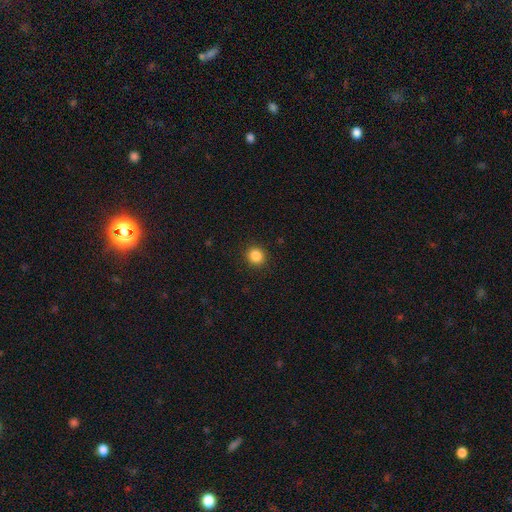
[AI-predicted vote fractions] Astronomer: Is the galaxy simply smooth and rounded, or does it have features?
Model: smooth — 86%.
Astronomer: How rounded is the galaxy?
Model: round — 87%.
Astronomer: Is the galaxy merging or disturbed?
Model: none — 92%.